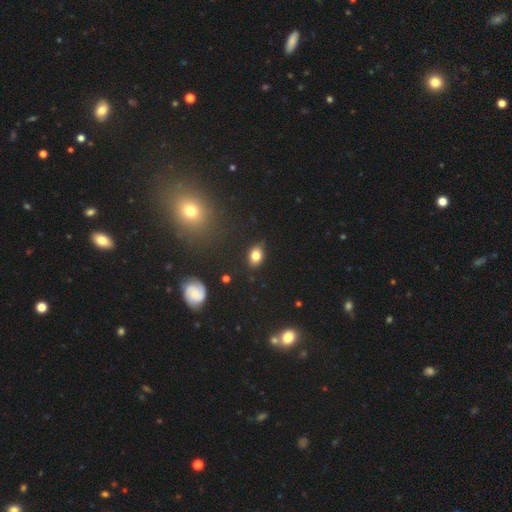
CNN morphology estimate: Smooth or featured: smooth — 79% (featured or disk — 11%)
How rounded: in between — 77% (round — 21%)
Merging: none — 82% (minor disturbance — 14%)